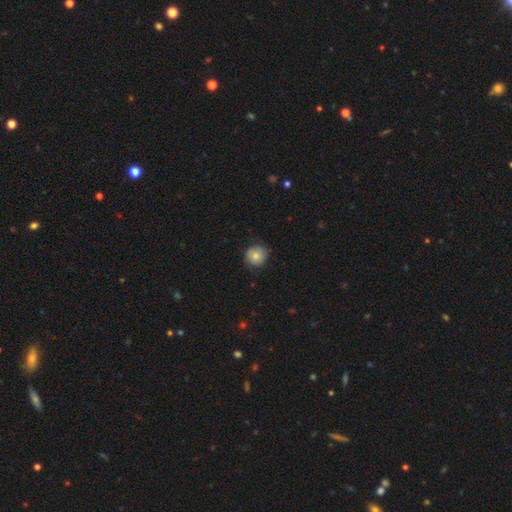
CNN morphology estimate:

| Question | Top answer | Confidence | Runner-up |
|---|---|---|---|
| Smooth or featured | smooth | 80% | featured or disk (12%) |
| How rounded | round | 89% | in between (10%) |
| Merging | none | 79% | minor disturbance (17%) |